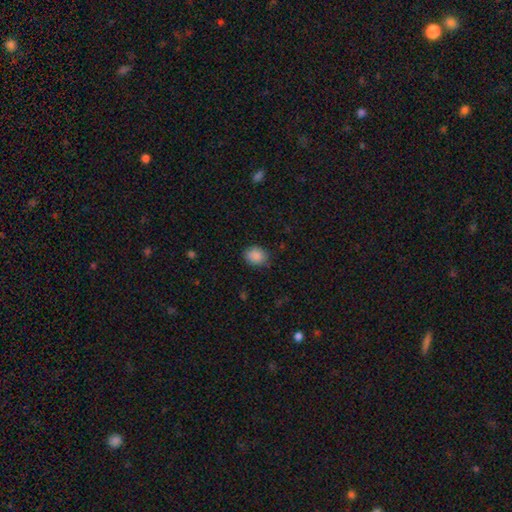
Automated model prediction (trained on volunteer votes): This is clearly a smooth galaxy (88%). How rounded: possibly round (59%). Merging: clearly none (82%).